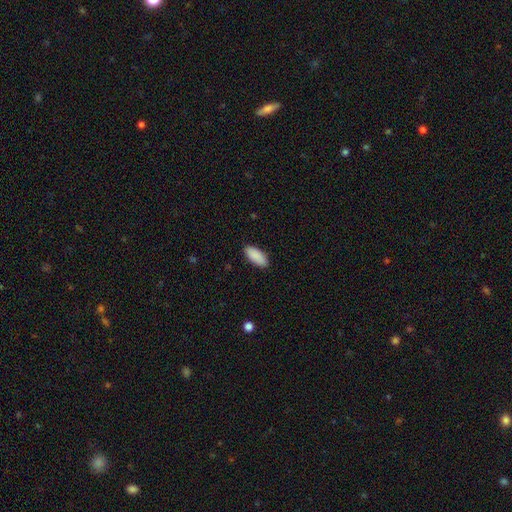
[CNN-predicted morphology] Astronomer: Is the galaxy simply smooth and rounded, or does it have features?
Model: smooth — 91%.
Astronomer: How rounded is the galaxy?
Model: in between — 85%.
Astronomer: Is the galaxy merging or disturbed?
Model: none — 89%.